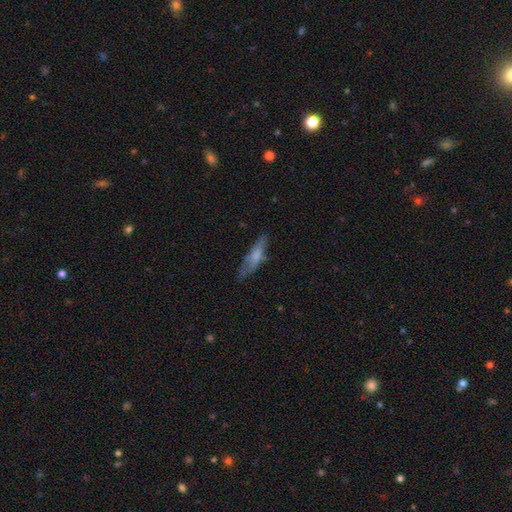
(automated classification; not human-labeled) This is likely a smooth galaxy (64%). How rounded: likely cigar-shaped (73%). Merging: likely none (67%).